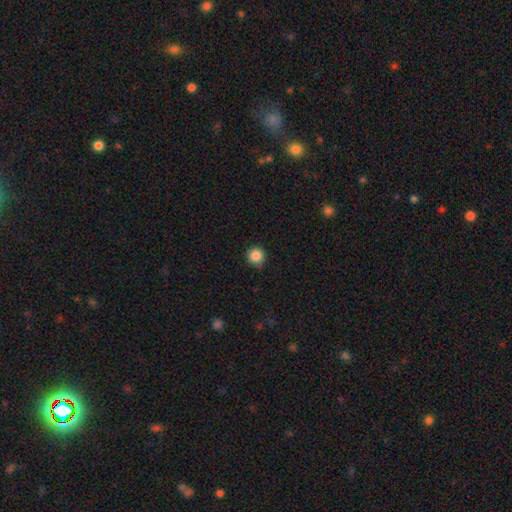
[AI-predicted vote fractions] This appears to be a smooth galaxy with no disk features (87%) that is round (94%). Merging: none (88%).